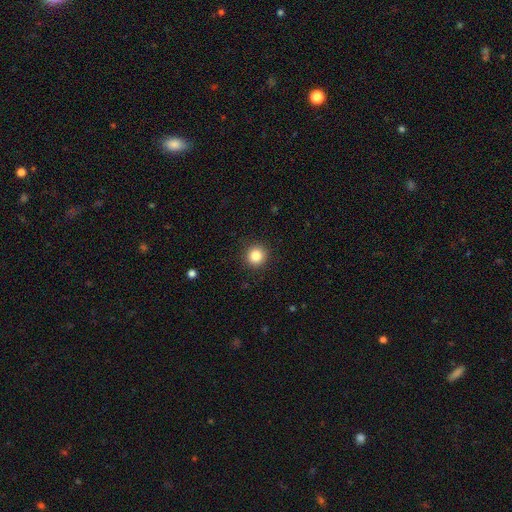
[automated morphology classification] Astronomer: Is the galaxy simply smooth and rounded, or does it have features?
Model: smooth — 85%.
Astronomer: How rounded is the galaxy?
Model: round — 94%.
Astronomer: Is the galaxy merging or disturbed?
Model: none — 92%.